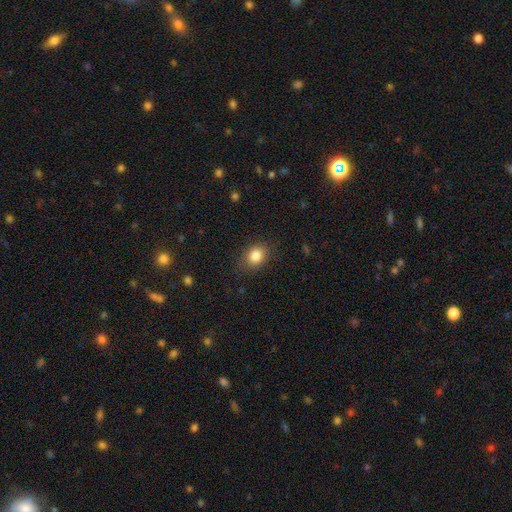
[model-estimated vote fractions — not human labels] smooth-or-featured: smooth: 84% | star or artifact: 10% | featured or disk: 6%
  how-rounded: round: 52% | in between: 47% | cigar-shaped: 1%
  merging: none: 83% | minor disturbance: 12% | major disturbance: 4% | merger: 1%